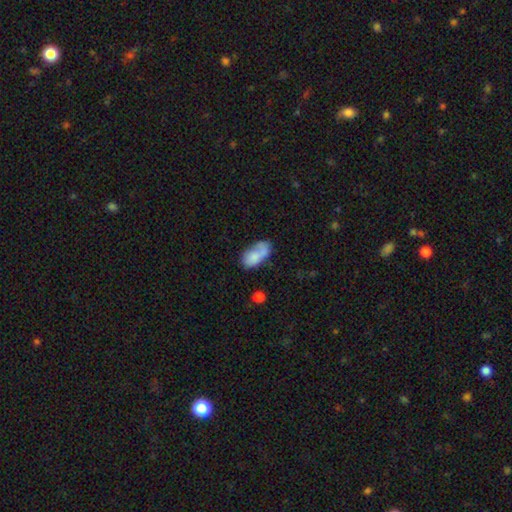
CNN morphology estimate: A smooth galaxy with no disk features (72%) that is in between round and cigar-shaped (92%).

Vote fractions:
- Smooth or featured? smooth: 72% / featured or disk: 21% / star or artifact: 8%
- How rounded? in between: 92% / round: 5% / cigar-shaped: 3%
- Merging? none: 39% / minor disturbance: 26% / merger: 18% / major disturbance: 18%